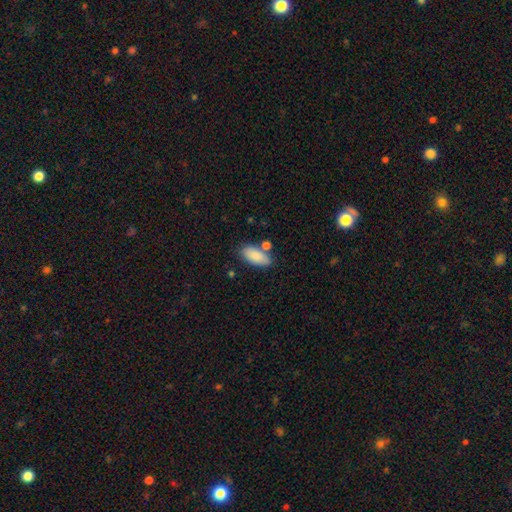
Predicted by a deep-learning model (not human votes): A smooth galaxy with no disk features (87%) that is in between round and cigar-shaped (89%).

Vote fractions:
- Smooth or featured? smooth: 87% / featured or disk: 7% / star or artifact: 6%
- How rounded? in between: 89% / cigar-shaped: 8% / round: 2%
- Merging? none: 70% / minor disturbance: 14% / merger: 12% / major disturbance: 4%